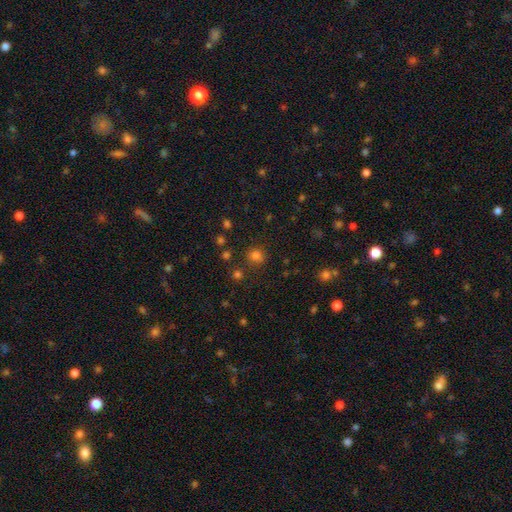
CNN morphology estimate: Smooth or featured?
  - smooth: 77% *
  - star or artifact: 18%
  - featured or disk: 5%
How rounded?
  - round: 89% *
  - in between: 10%
  - cigar-shaped: 1%
Merging?
  - none: 81% *
  - minor disturbance: 10%
  - merger: 6%
  - major disturbance: 3%